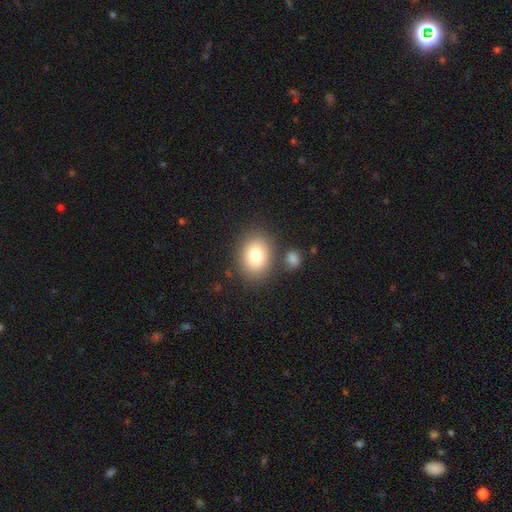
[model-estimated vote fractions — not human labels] A smooth galaxy with no disk features (79%) that is in between round and cigar-shaped (52%). Merging: none (78%).